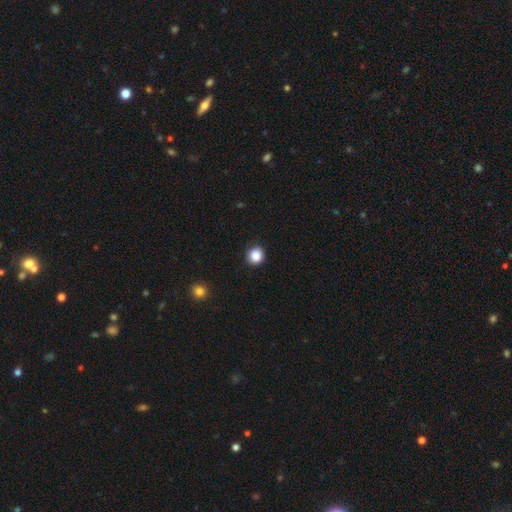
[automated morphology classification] Q: Smooth or featured?
A: smooth (86%); runner-up: star or artifact (11%)
Q: How rounded?
A: round (90%); runner-up: in between (9%)
Q: Merging?
A: none (91%); runner-up: minor disturbance (6%)